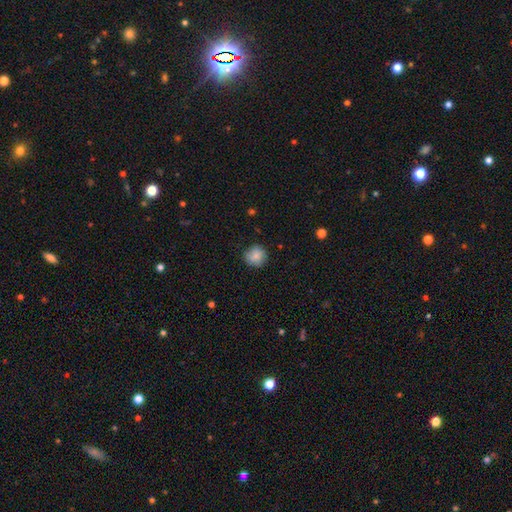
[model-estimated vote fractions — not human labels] Smooth or featured? Predicted: smooth (p=0.83). How rounded? Predicted: round (p=0.91). Merging? Predicted: none (p=0.82).